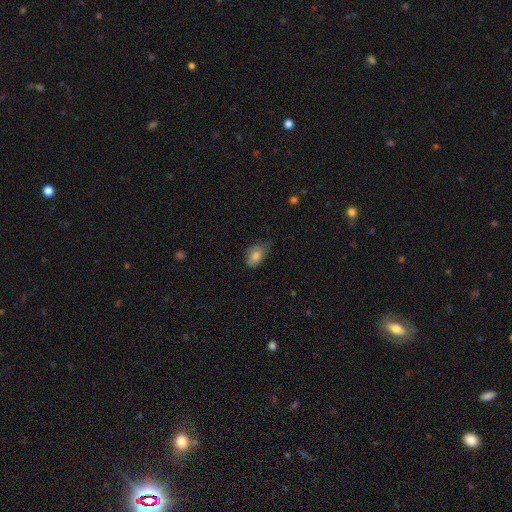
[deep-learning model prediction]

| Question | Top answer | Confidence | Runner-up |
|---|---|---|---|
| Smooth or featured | smooth | 80% | featured or disk (11%) |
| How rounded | in between | 86% | round (12%) |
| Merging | none | 50% | minor disturbance (40%) |